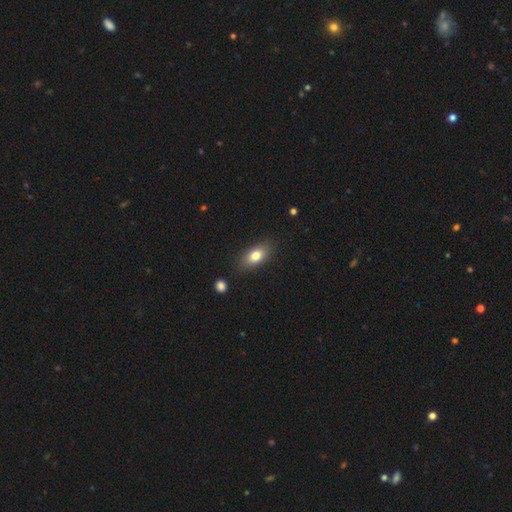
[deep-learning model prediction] Overall: smooth (77%). How rounded: in between (85%). Merging: none (84%).